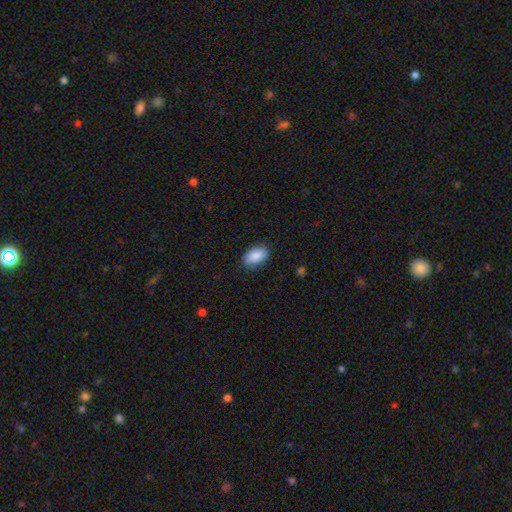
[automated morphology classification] smooth-or-featured: smooth: 89% | star or artifact: 7% | featured or disk: 5%
  how-rounded: in between: 92% | round: 6% | cigar-shaped: 2%
  merging: none: 84% | minor disturbance: 12% | major disturbance: 3% | merger: 1%